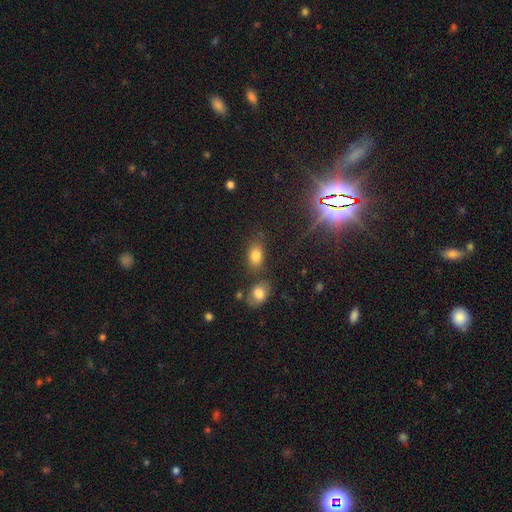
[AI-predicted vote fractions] smooth_or_featured: smooth (p=0.79) [alt: star or artifact p=0.13]
how_rounded: in between (p=0.83) [alt: round p=0.15]
merging: none (p=0.69) [alt: minor disturbance p=0.15]